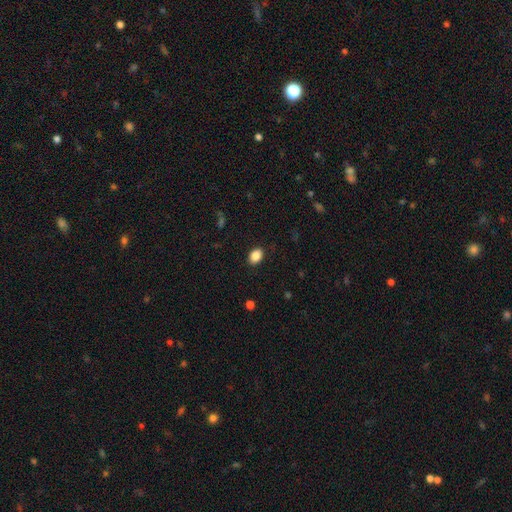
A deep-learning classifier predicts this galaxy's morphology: Smooth or featured? Predicted: smooth (p=0.87). How rounded? Predicted: in between (p=0.78). Merging? Predicted: none (p=0.88).